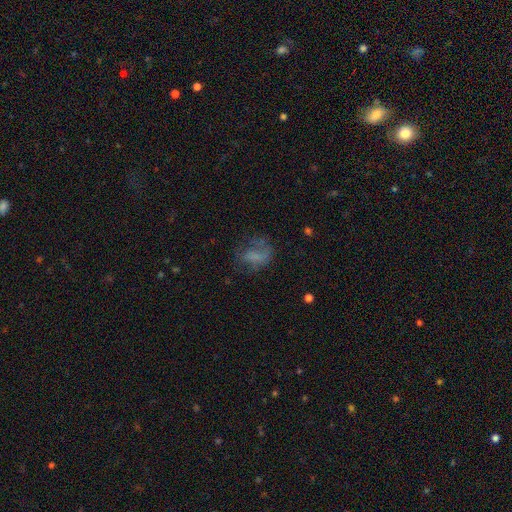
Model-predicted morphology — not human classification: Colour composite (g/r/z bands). It shows a smooth galaxy with no disk features (50%) that is in between round and cigar-shaped (66%). Merging: none (40%).